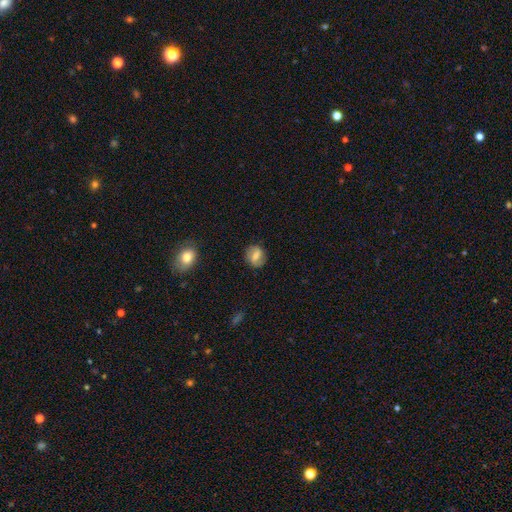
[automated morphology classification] Smooth or featured: smooth — 54% (featured or disk — 37%)
How rounded: round — 62% (in between — 36%)
Merging: none — 82% (minor disturbance — 13%)